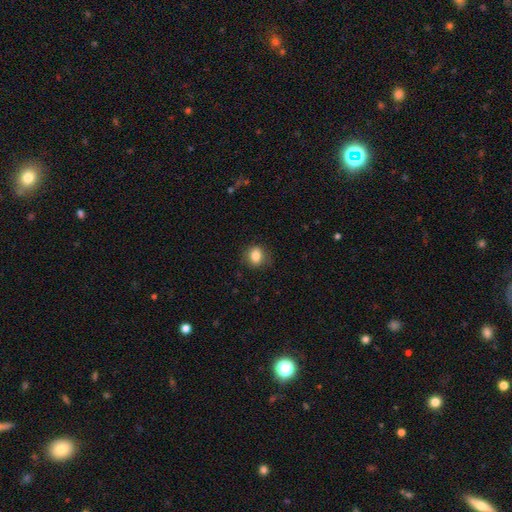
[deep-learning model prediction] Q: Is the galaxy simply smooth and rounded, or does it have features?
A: smooth — 83%.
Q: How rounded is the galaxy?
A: round — 61%.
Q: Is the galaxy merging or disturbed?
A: none — 83%.